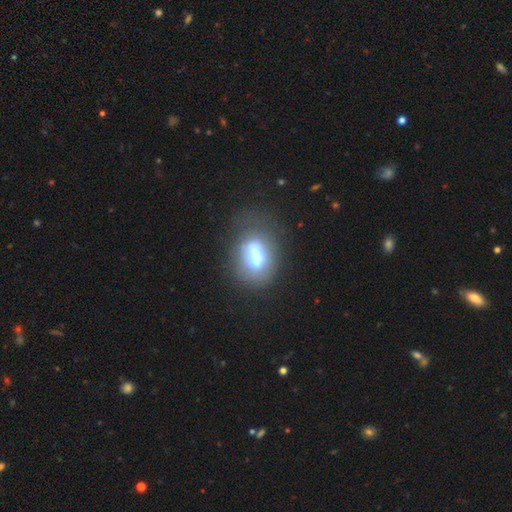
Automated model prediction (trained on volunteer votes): Smooth or featured?
  - smooth: 54% *
  - featured or disk: 35%
  - star or artifact: 11%
How rounded?
  - in between: 74% *
  - round: 20%
  - cigar-shaped: 6%
Merging?
  - none: 52% *
  - minor disturbance: 23%
  - major disturbance: 16%
  - merger: 9%